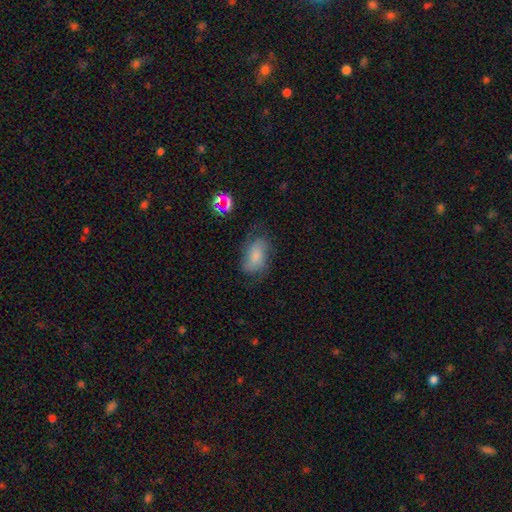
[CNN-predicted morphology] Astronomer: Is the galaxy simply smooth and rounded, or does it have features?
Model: smooth — 61%.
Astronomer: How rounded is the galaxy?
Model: in between — 88%.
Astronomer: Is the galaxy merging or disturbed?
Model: none — 59%.